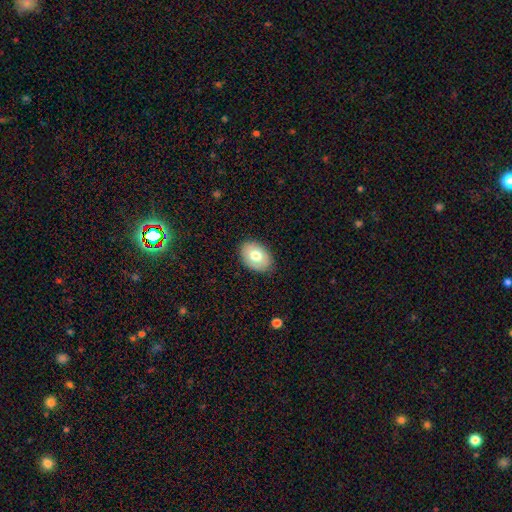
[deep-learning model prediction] Smooth or featured?
  - smooth: 73% *
  - featured or disk: 20%
  - star or artifact: 7%
How rounded?
  - in between: 83% *
  - round: 17%
  - cigar-shaped: 1%
Merging?
  - none: 85% *
  - minor disturbance: 12%
  - major disturbance: 2%
  - merger: 1%